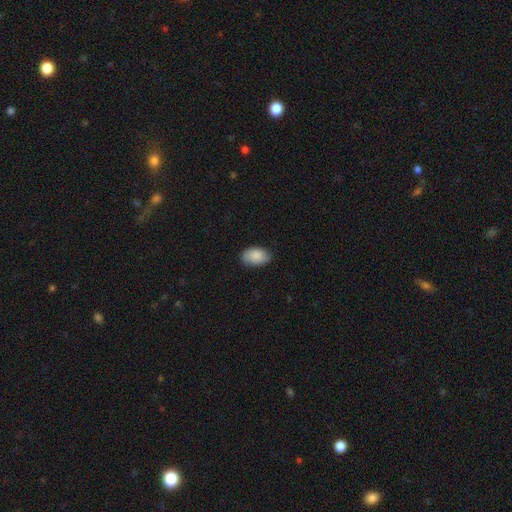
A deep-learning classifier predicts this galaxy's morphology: This appears to be a smooth galaxy with no disk features (87%) that is in between round and cigar-shaped (91%). Merging: none (77%).